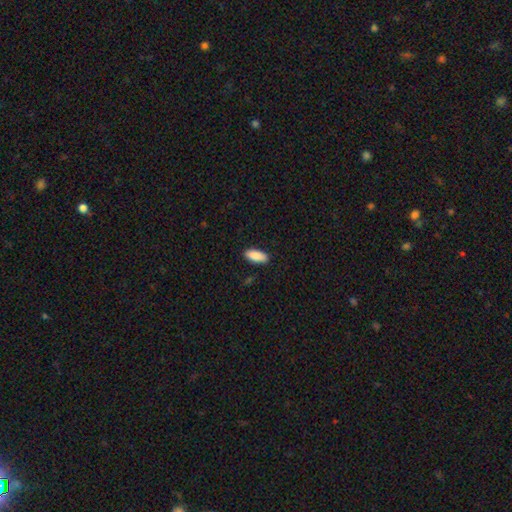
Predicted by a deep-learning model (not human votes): Smooth or featured? Predicted: smooth (p=0.89). How rounded? Predicted: in between (p=0.83). Merging? Predicted: none (p=0.88).